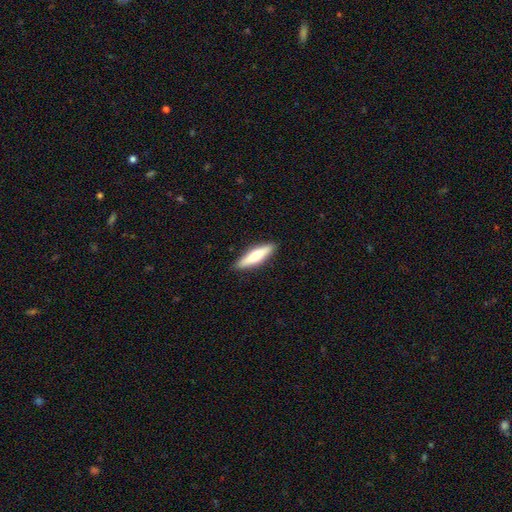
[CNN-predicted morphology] Smooth or featured? smooth (68%)
How rounded? cigar-shaped (71%)
Merging? none (89%)